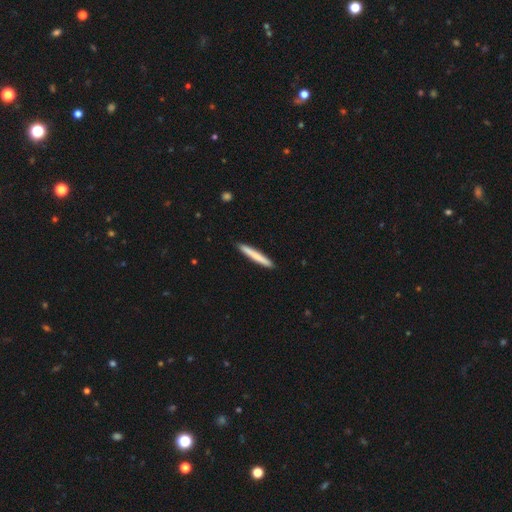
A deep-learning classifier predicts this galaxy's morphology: This is likely a smooth galaxy (75%). How rounded: clearly cigar-shaped (96%). Merging: clearly none (92%).